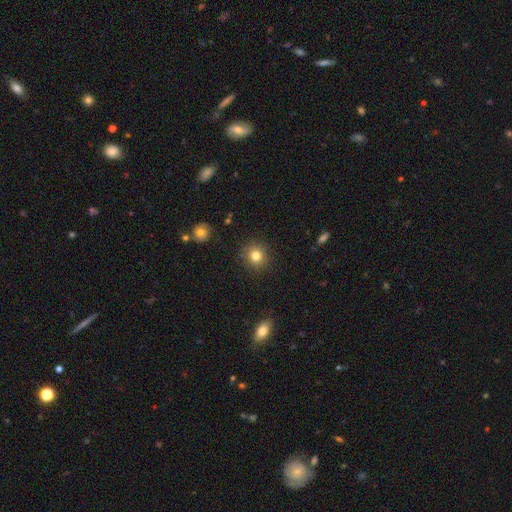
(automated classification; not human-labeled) smooth-or-featured: smooth: 80% | star or artifact: 12% | featured or disk: 7%
  how-rounded: round: 90% | in between: 9% | cigar-shaped: 1%
  merging: none: 89% | minor disturbance: 7% | major disturbance: 2% | merger: 1%